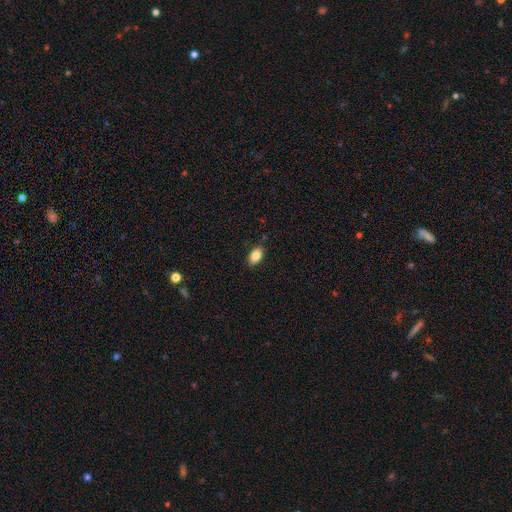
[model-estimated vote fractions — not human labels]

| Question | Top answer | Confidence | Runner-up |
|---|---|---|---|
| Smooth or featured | smooth | 84% | featured or disk (8%) |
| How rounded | in between | 91% | round (5%) |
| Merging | none | 86% | minor disturbance (10%) |